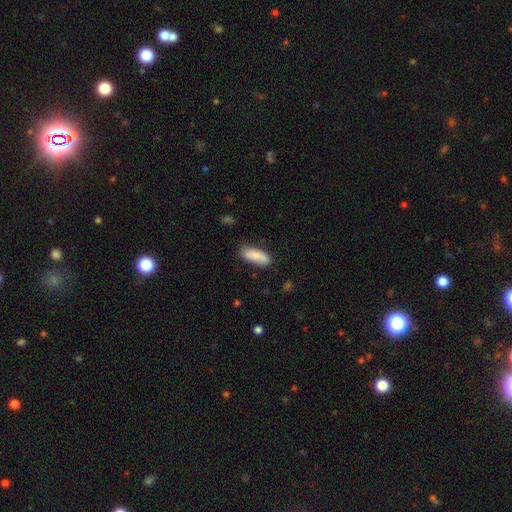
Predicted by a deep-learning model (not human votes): smooth_or_featured: smooth (p=0.81) [alt: featured or disk p=0.13]
how_rounded: in between (p=0.74) [alt: cigar-shaped p=0.24]
merging: none (p=0.75) [alt: minor disturbance p=0.19]